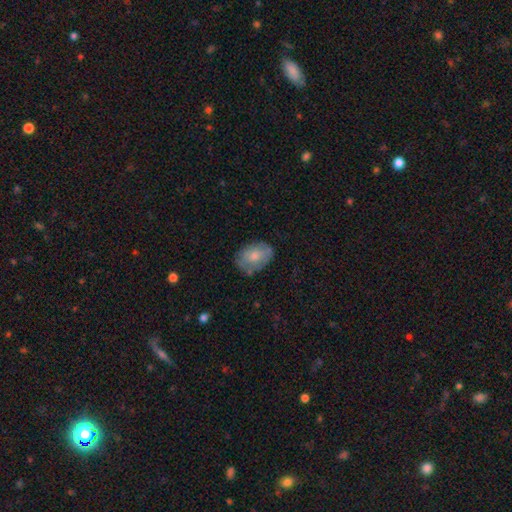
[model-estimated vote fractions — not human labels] This is likely a smooth galaxy (65%). How rounded: clearly in between (80%). Merging: likely none (68%).